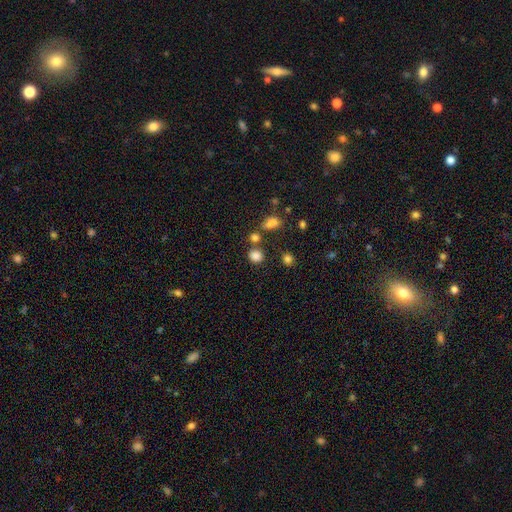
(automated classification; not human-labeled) Smooth or featured?
  - smooth: 82% *
  - star or artifact: 14%
  - featured or disk: 5%
How rounded?
  - round: 82% *
  - in between: 17%
  - cigar-shaped: 1%
Merging?
  - none: 72% *
  - merger: 13%
  - minor disturbance: 10%
  - major disturbance: 4%